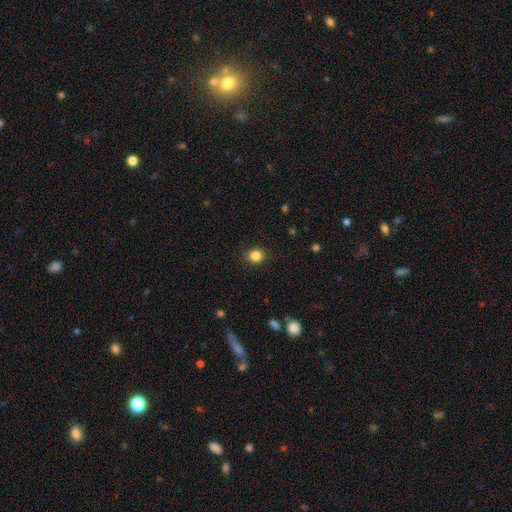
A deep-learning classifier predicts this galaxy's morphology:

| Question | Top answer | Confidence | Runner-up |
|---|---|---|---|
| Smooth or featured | smooth | 85% | star or artifact (11%) |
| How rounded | round | 88% | in between (11%) |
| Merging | none | 90% | minor disturbance (7%) |